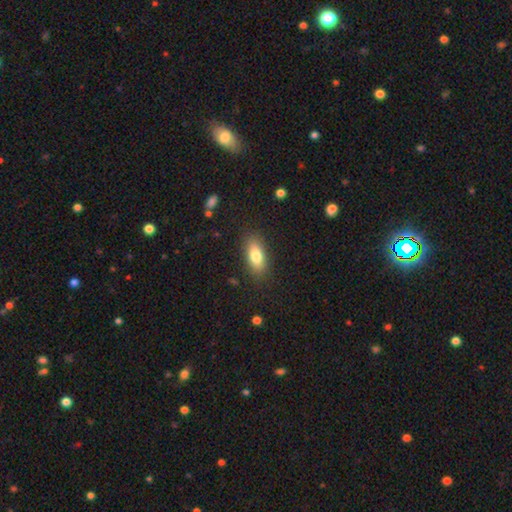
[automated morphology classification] The model was most divided on "smooth or featured": smooth: 79%, featured or disk: 14%, star or artifact: 7%. More confident: merging — none (85%); how rounded — in between (81%).